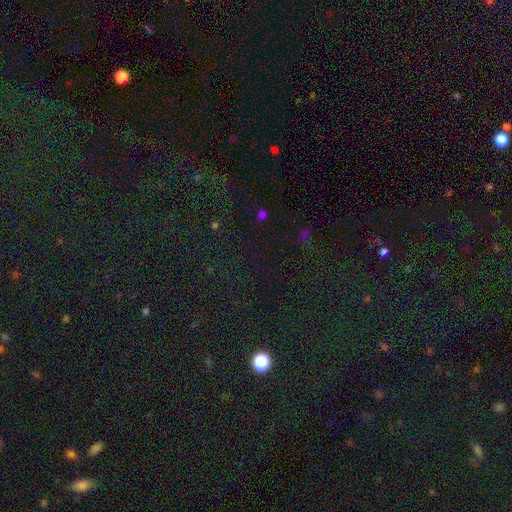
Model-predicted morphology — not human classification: Q: Smooth or featured?
A: star or artifact (68%); runner-up: smooth (25%)